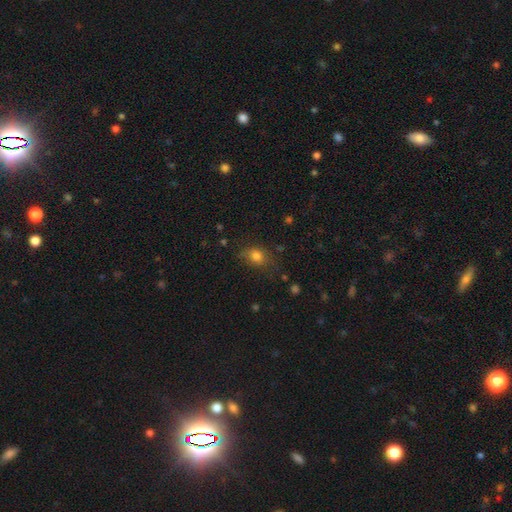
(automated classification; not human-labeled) Smooth or featured?
  - smooth: 79% *
  - star or artifact: 12%
  - featured or disk: 8%
How rounded?
  - in between: 54% *
  - round: 44%
  - cigar-shaped: 2%
Merging?
  - none: 67% *
  - minor disturbance: 23%
  - major disturbance: 8%
  - merger: 2%